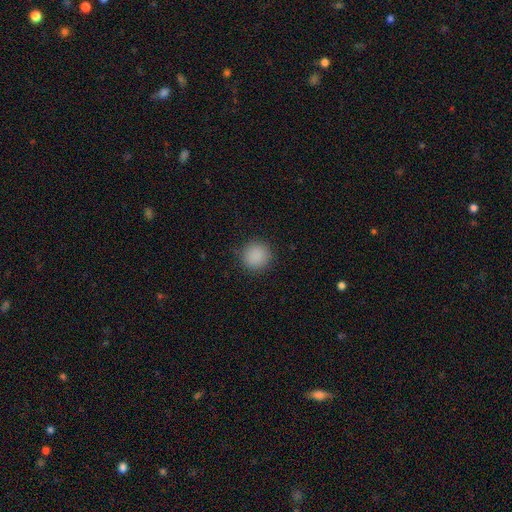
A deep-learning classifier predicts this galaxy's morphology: Smooth or featured? Predicted: smooth (p=0.88). How rounded? Predicted: round (p=0.93). Merging? Predicted: none (p=0.90).